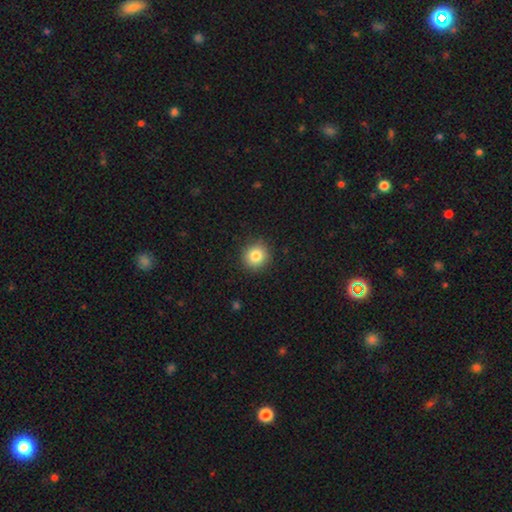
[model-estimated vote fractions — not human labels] Morphology: type=smooth (84%); roundness=round (91%); merging=none (90%).